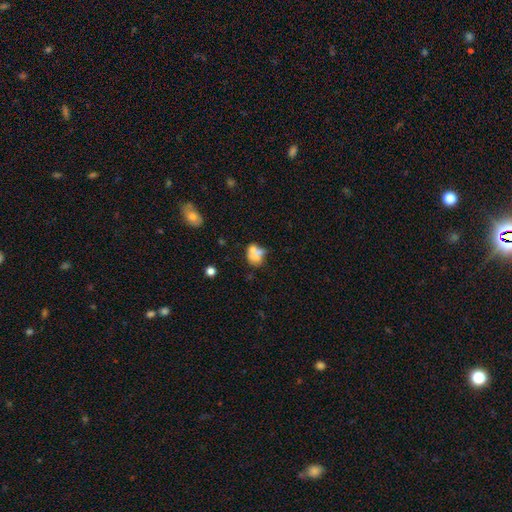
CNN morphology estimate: smooth-or-featured: smooth: 61% | featured or disk: 27% | star or artifact: 11%
  how-rounded: in between: 58% | round: 41% | cigar-shaped: 2%
  merging: merger: 49% | none: 28% | minor disturbance: 14% | major disturbance: 10%